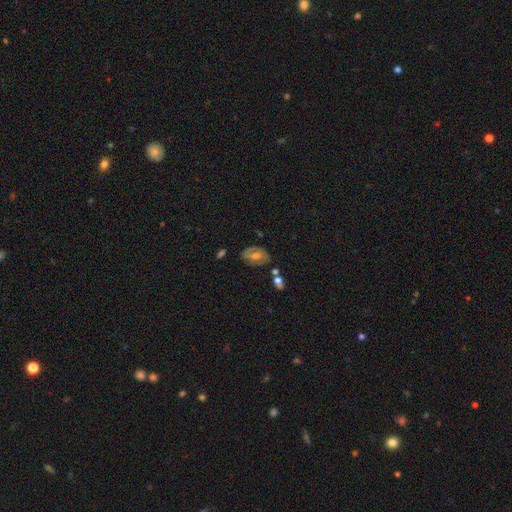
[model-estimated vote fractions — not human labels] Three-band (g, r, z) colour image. It shows a featured or disk galaxy (56%) with a weak bar (42%), spiral arms (55%) and a moderate central bulge (66%). Merging: none (71%).